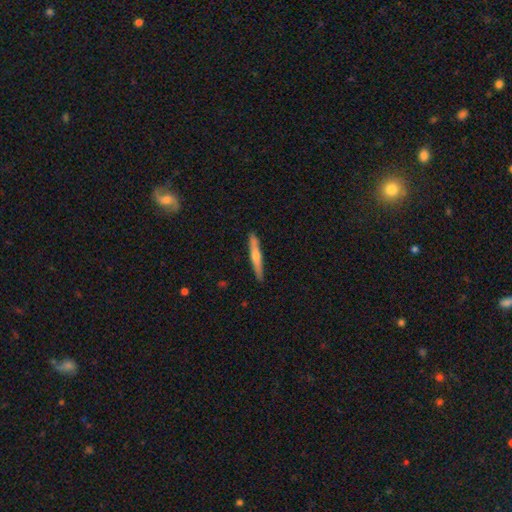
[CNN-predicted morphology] featured or disk 56%, smooth 38%, star or artifact 6%. Down the decision tree: edge-on disk — yes (96%); edge-on bulge — rounded (82%); merging — none (91%).